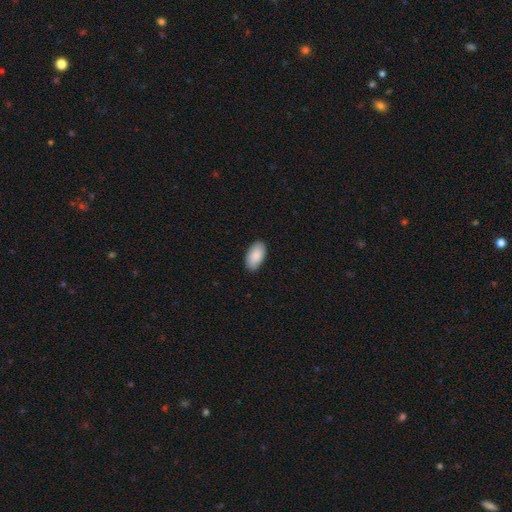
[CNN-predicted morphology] Smooth or featured: smooth — 90% (star or artifact — 6%)
How rounded: in between — 96% (round — 2%)
Merging: none — 88% (minor disturbance — 9%)